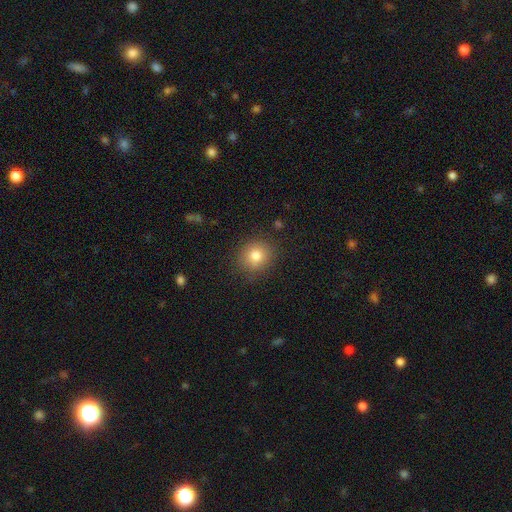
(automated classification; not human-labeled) Smooth or featured? smooth (80%)
How rounded? round (82%)
Merging? none (86%)